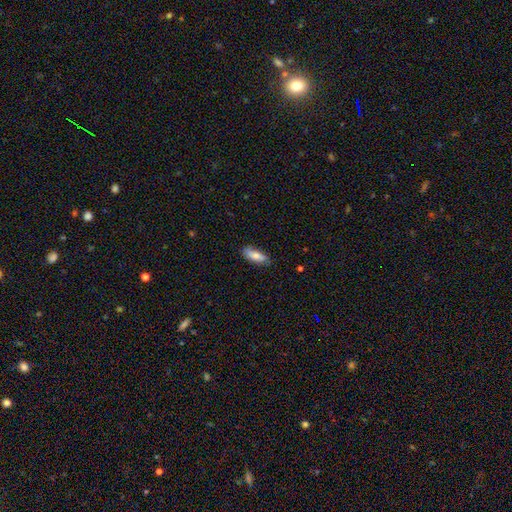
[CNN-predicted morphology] Smooth or featured? Predicted: smooth (p=0.74). How rounded? Predicted: in between (p=0.68). Merging? Predicted: none (p=0.77).